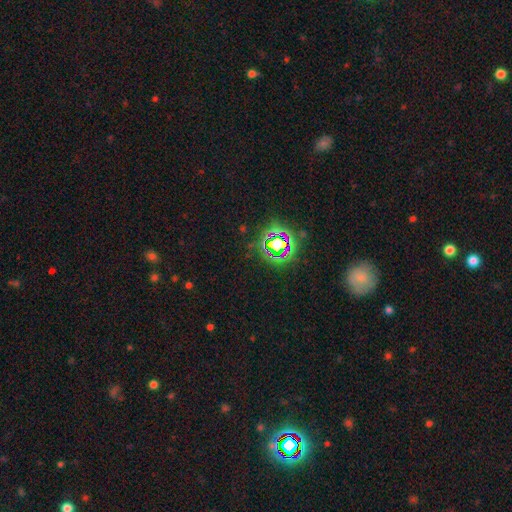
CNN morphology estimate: This is likely a star or artifact rather than a galaxy (72%).